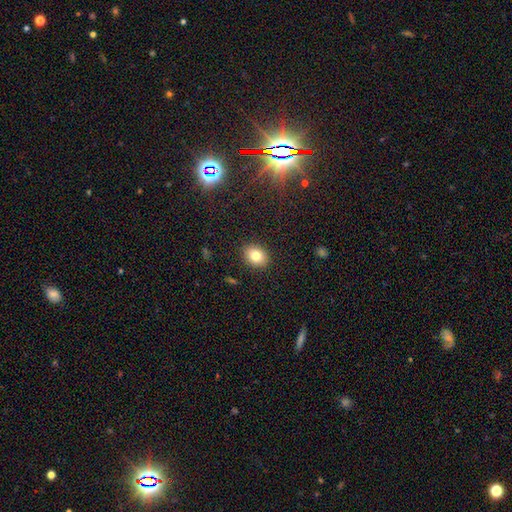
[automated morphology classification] A smooth galaxy with no disk features (81%) that is in between round and cigar-shaped (62%). Merging: none (89%).